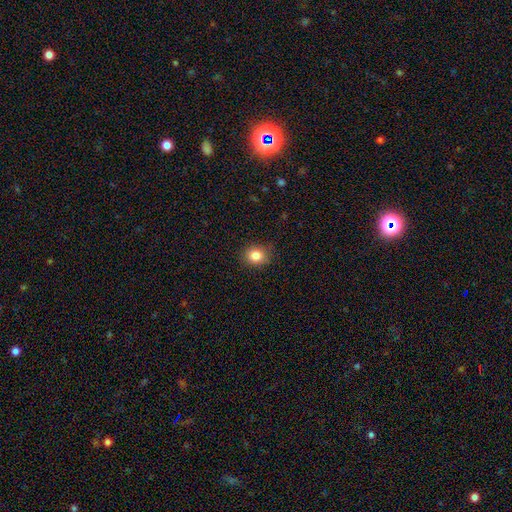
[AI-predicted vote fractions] Morphology: type=smooth (84%); roundness=round (77%); merging=none (85%).